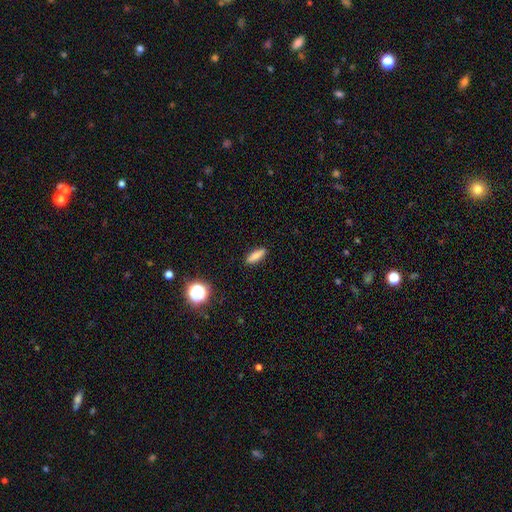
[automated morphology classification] smooth-or-featured: smooth: 81% | featured or disk: 10% | star or artifact: 9%
  how-rounded: in between: 49% | cigar-shaped: 48% | round: 3%
  merging: none: 89% | minor disturbance: 8% | major disturbance: 2% | merger: 1%